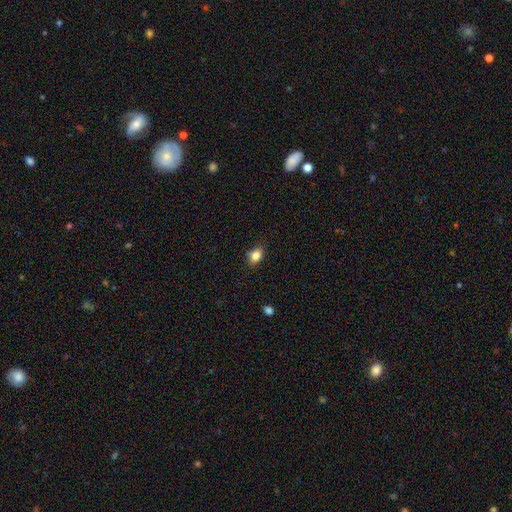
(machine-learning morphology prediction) The model was most divided on "how rounded": in between: 64%, round: 34%, cigar-shaped: 2%. More confident: smooth or featured — smooth (83%); merging — none (73%).